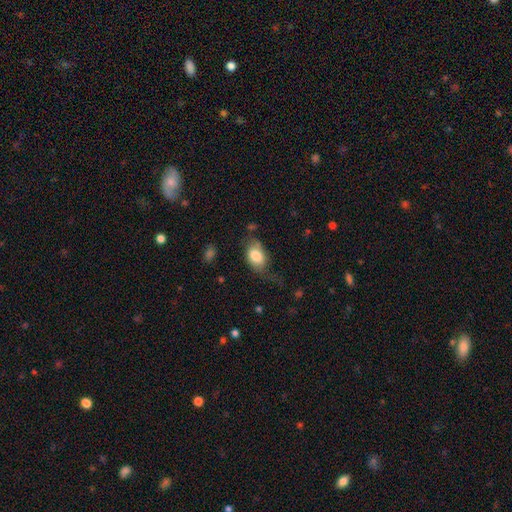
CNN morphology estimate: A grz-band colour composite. It shows a smooth galaxy with no disk features (79%) that is in between round and cigar-shaped (87%). Merging: none (42%).